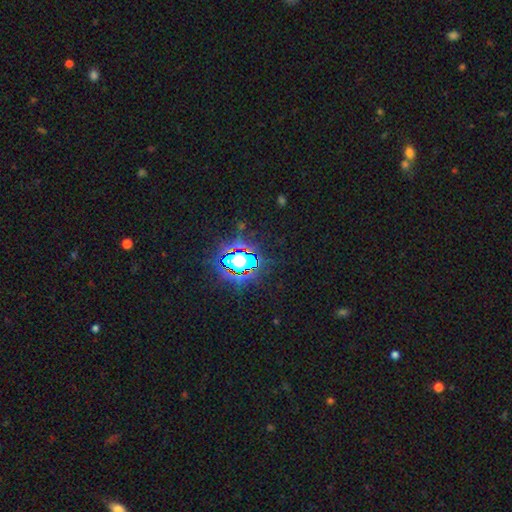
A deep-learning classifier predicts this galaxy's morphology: This appears to be a star or artifact, not a galaxy (82%).